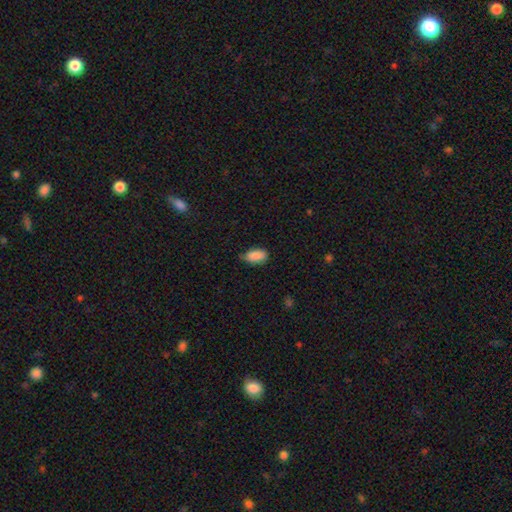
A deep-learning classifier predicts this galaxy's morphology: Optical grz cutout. It shows a smooth galaxy with no disk features (88%) that is in between round and cigar-shaped (90%). Merging: none (58%).